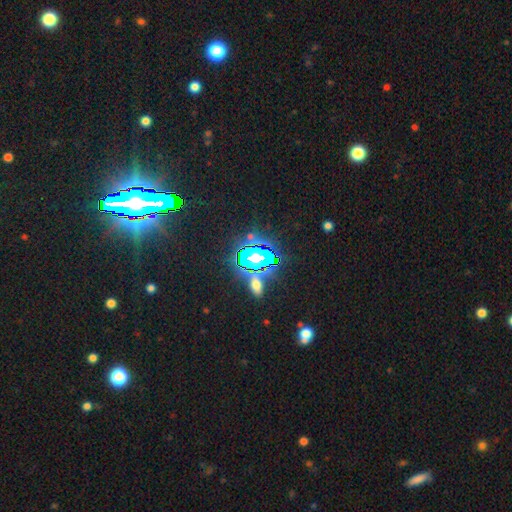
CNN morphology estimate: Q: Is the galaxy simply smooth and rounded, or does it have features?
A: star or artifact — 84%.